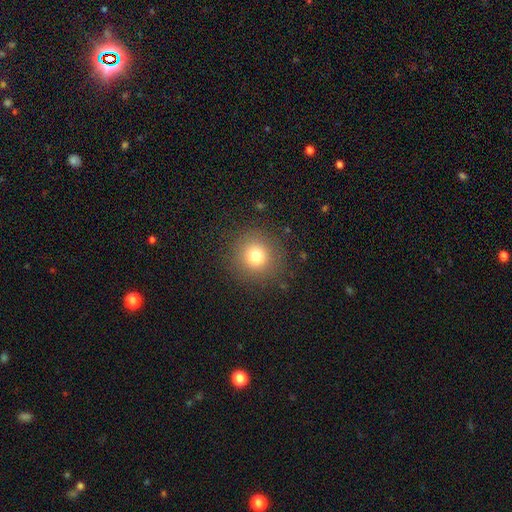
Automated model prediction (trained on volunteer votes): This is likely a smooth galaxy (76%). How rounded: clearly round (92%). Merging: clearly none (88%).